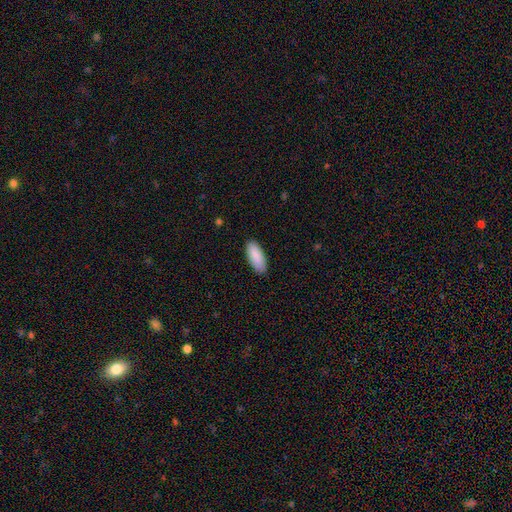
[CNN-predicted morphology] smooth-or-featured: smooth: 90% | star or artifact: 5% | featured or disk: 4%
  how-rounded: in between: 83% | cigar-shaped: 15% | round: 2%
  merging: none: 89% | minor disturbance: 9% | major disturbance: 2% | merger: 1%